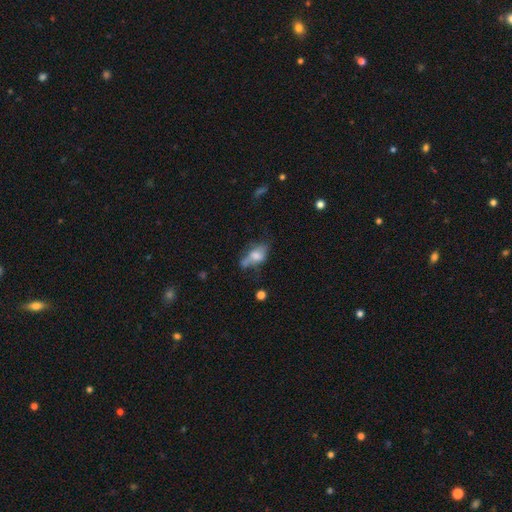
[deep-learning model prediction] smooth-or-featured: smooth: 57% | featured or disk: 32% | star or artifact: 11%
  how-rounded: in between: 83% | round: 10% | cigar-shaped: 6%
  merging: none: 33% | minor disturbance: 28% | major disturbance: 25% | merger: 14%